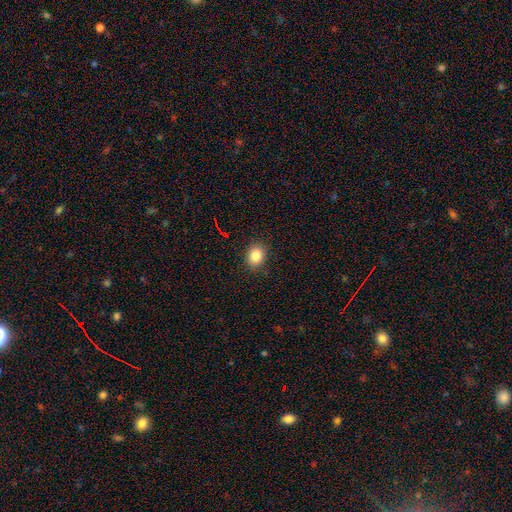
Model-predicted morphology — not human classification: Overall: smooth (84%). How rounded: in between (51%; round 48%). Merging: none (88%).